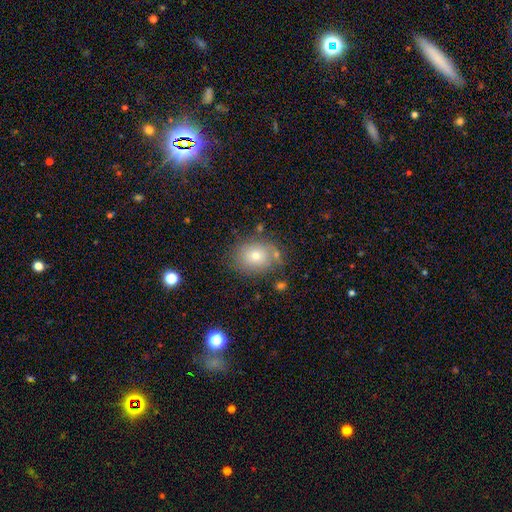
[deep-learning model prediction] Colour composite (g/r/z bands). It shows a smooth galaxy with no disk features (71%) that is round (55%). Merging: none (72%).